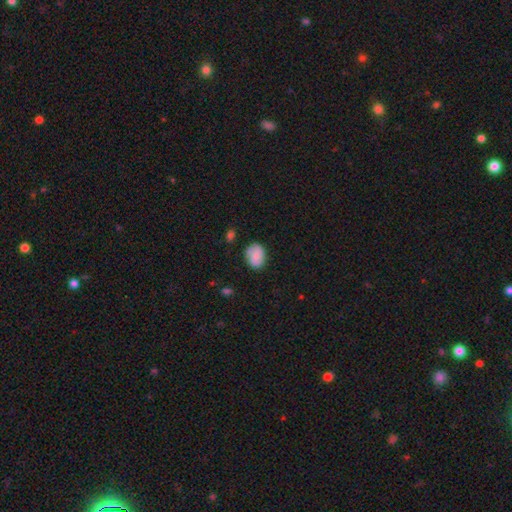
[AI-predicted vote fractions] A smooth galaxy with no disk features (78%) that is in between round and cigar-shaped (67%).

Vote fractions:
- Smooth or featured? smooth: 78% / featured or disk: 15% / star or artifact: 7%
- How rounded? in between: 67% / round: 32% / cigar-shaped: 1%
- Merging? none: 75% / minor disturbance: 19% / major disturbance: 4% / merger: 2%